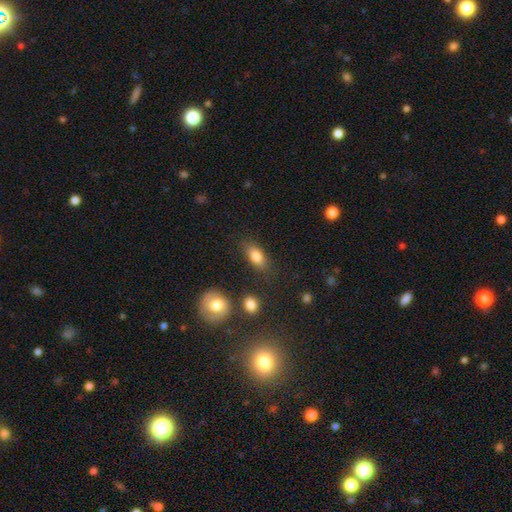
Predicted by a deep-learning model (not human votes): This appears to be a smooth galaxy with no disk features (82%) that is in between round and cigar-shaped (84%). Merging: none (79%).